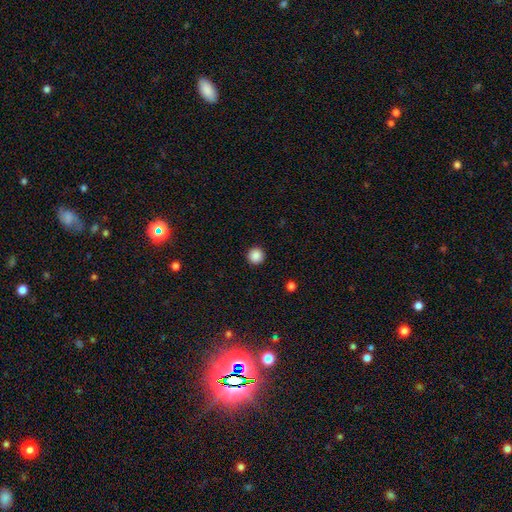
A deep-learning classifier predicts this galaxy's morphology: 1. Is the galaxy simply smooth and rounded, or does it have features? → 88% smooth, 10% star or artifact, 3% featured or disk.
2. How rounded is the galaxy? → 97% round, 3% in between, 1% cigar-shaped.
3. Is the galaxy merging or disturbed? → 93% none, 4% minor disturbance, 2% major disturbance, 1% merger.